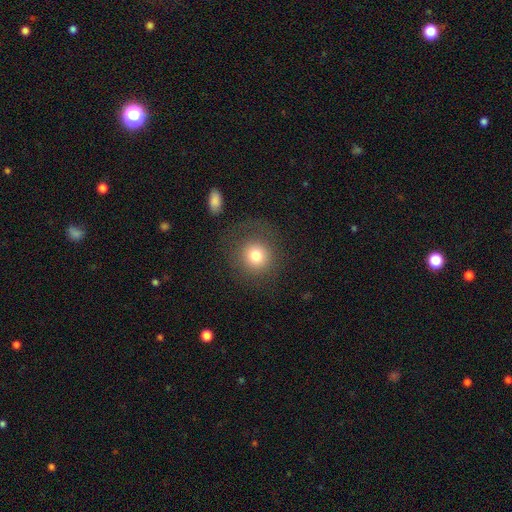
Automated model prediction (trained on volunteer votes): The model was most divided on "smooth or featured": smooth: 76%, featured or disk: 12%, star or artifact: 12%. More confident: how rounded — round (91%); merging — none (76%).